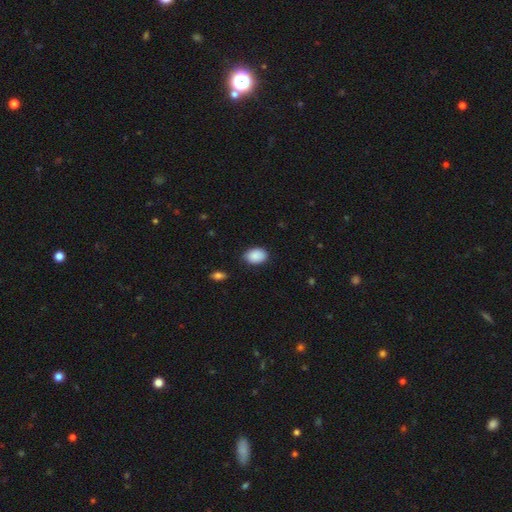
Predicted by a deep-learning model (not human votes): smooth 89%, star or artifact 7%, featured or disk 4%. Down the decision tree: how rounded — in between (80%); merging — none (83%).